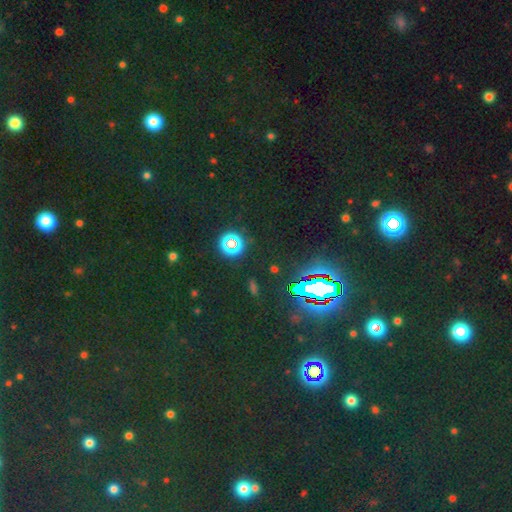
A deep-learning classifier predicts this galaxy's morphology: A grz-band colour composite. It shows a star or artifact, not a galaxy (72%).